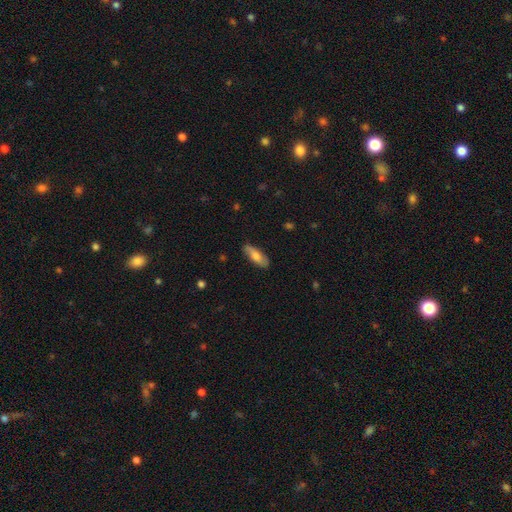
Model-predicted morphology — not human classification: The model was most divided on "how rounded": in between: 62%, cigar-shaped: 36%, round: 2%. More confident: merging — none (85%); smooth or featured — smooth (72%).